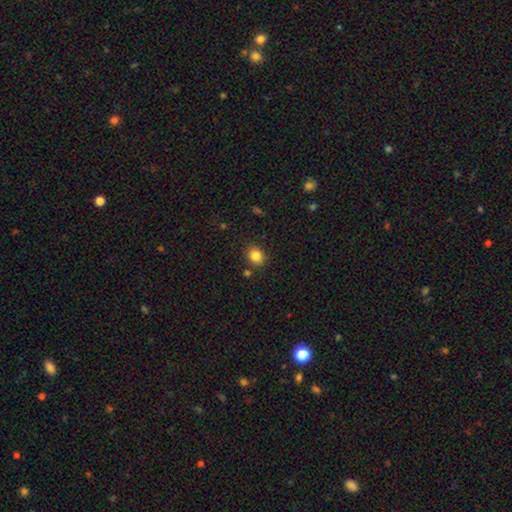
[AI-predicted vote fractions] smooth-or-featured: smooth: 84% | star or artifact: 10% | featured or disk: 6%
  how-rounded: round: 54% | in between: 45% | cigar-shaped: 1%
  merging: none: 84% | minor disturbance: 10% | merger: 4% | major disturbance: 3%